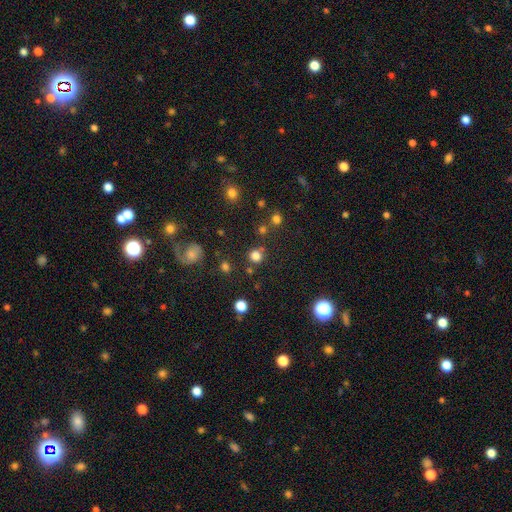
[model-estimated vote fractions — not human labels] Smooth or featured?
  - smooth: 77% *
  - star or artifact: 17%
  - featured or disk: 6%
How rounded?
  - round: 90% *
  - in between: 9%
  - cigar-shaped: 1%
Merging?
  - none: 78% *
  - minor disturbance: 9%
  - merger: 9%
  - major disturbance: 4%